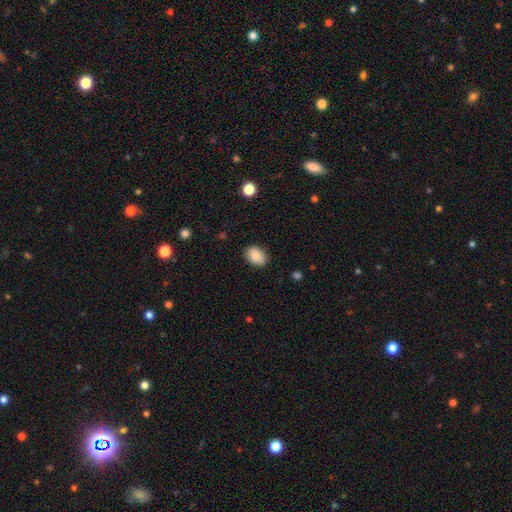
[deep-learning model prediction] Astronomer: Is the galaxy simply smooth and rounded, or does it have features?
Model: smooth — 87%.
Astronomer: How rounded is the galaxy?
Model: in between — 80%.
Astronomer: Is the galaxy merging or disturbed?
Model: none — 85%.